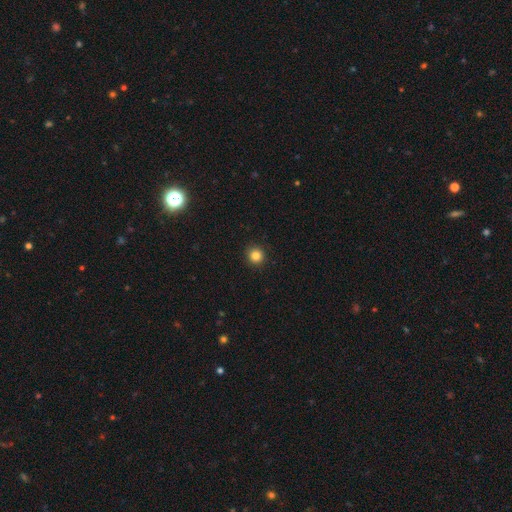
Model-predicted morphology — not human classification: type=smooth (83%); roundness=round (93%); merging=none (92%).